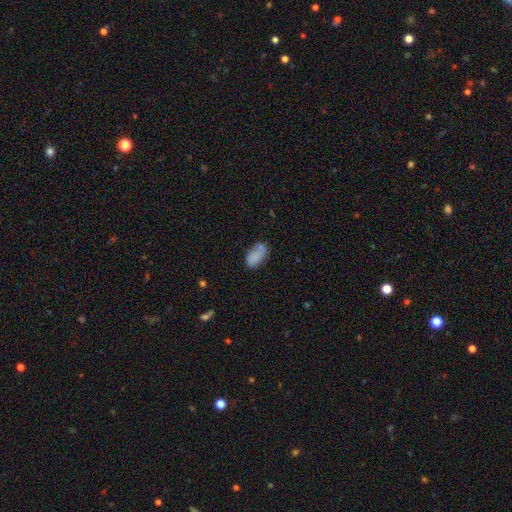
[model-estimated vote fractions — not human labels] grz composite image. It shows a smooth galaxy with no disk features (78%) that is in between round and cigar-shaped (94%). Merging: none (56%).